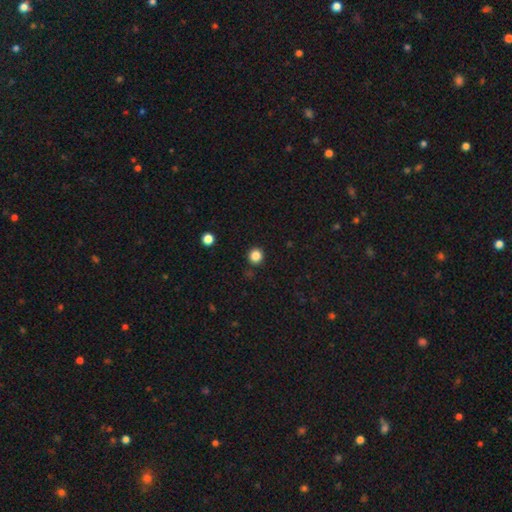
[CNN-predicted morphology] type=smooth (85%); roundness=round (94%); merging=none (91%).